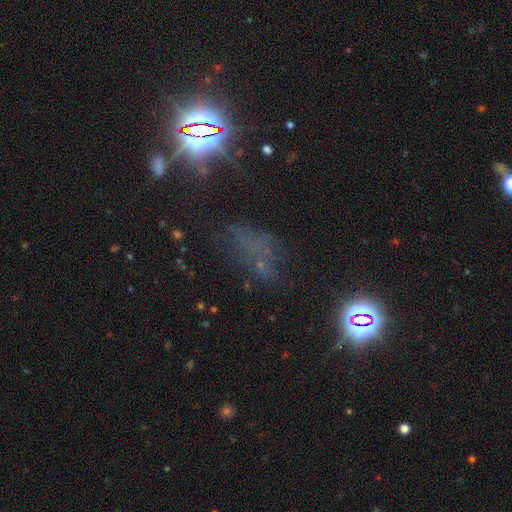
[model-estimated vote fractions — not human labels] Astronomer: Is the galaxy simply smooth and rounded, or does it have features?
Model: star or artifact — 62%.